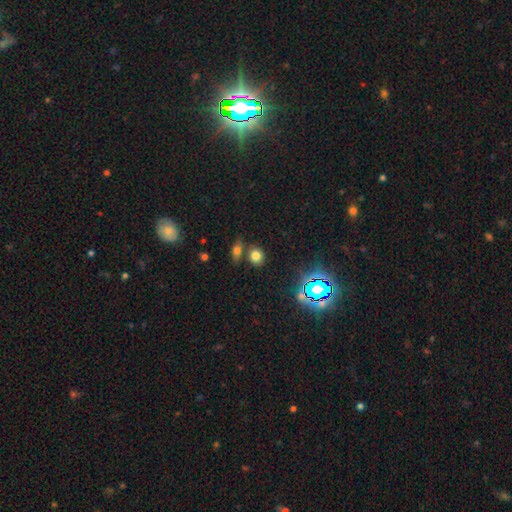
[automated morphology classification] smooth_or_featured: smooth (p=0.73) [alt: star or artifact p=0.18]
how_rounded: round (p=0.63) [alt: in between p=0.35]
merging: none (p=0.70) [alt: merger p=0.18]